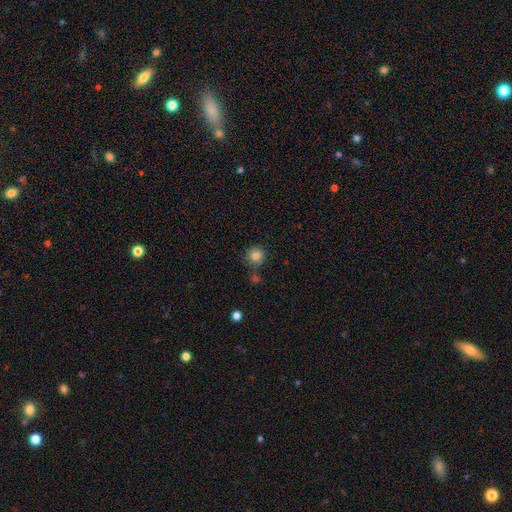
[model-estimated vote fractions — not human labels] The model was most divided on "merging": none: 72%, minor disturbance: 13%, merger: 11%, major disturbance: 4%. More confident: how rounded — round (93%); smooth or featured — smooth (82%).